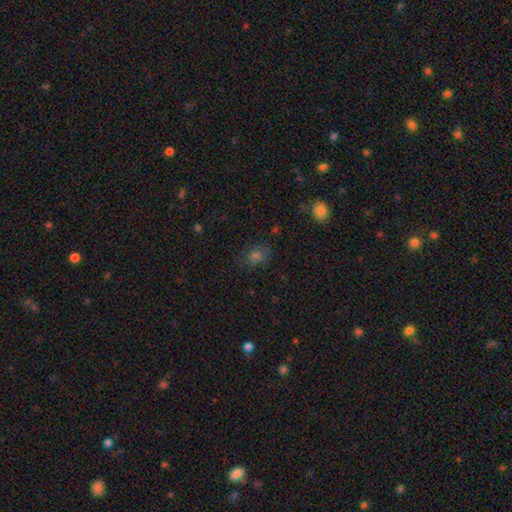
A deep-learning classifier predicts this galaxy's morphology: The model was most divided on "how rounded": in between: 53%, round: 45%, cigar-shaped: 2%. More confident: merging — none (78%); smooth or featured — smooth (66%).